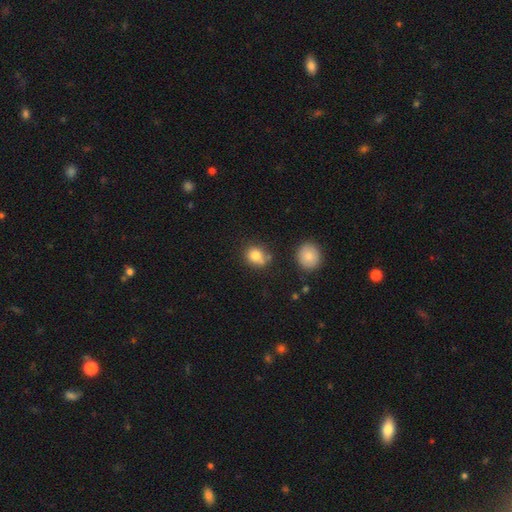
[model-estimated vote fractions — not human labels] A smooth galaxy with no disk features (80%) that is round (74%). Merging: none (63%).